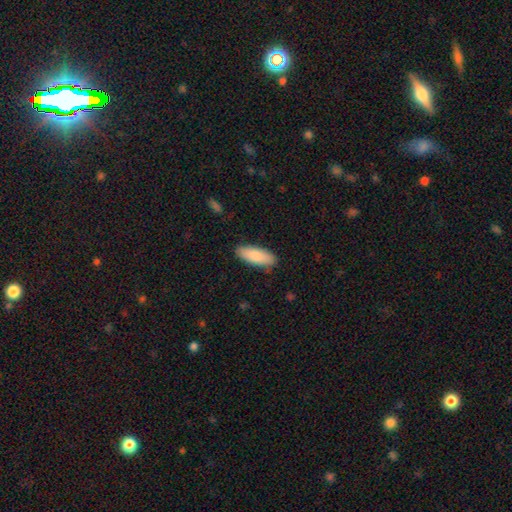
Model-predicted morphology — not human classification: Smooth or featured? Predicted: smooth (p=0.86). How rounded? Predicted: in between (p=0.74). Merging? Predicted: none (p=0.87).